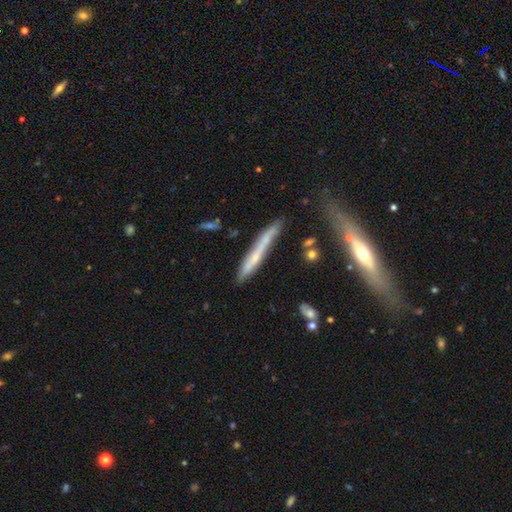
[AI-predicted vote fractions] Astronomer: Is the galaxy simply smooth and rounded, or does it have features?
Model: smooth — 47% (runner-up: featured or disk, 46%).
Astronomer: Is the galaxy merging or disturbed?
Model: none — 66%.